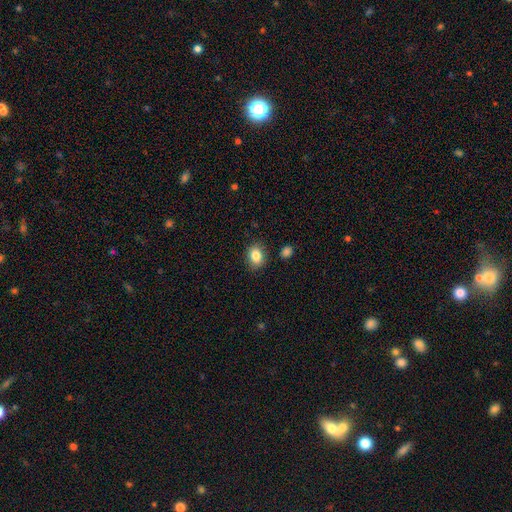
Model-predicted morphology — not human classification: This appears to be a smooth galaxy with no disk features (85%) that is in between round and cigar-shaped (57%). Merging: none (83%).